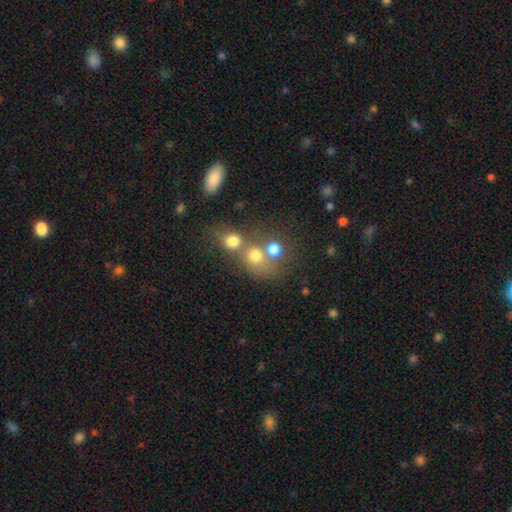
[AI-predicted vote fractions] Smooth or featured: smooth — 71% (star or artifact — 15%)
How rounded: round — 78% (in between — 21%)
Merging: merger — 46% (none — 41%)